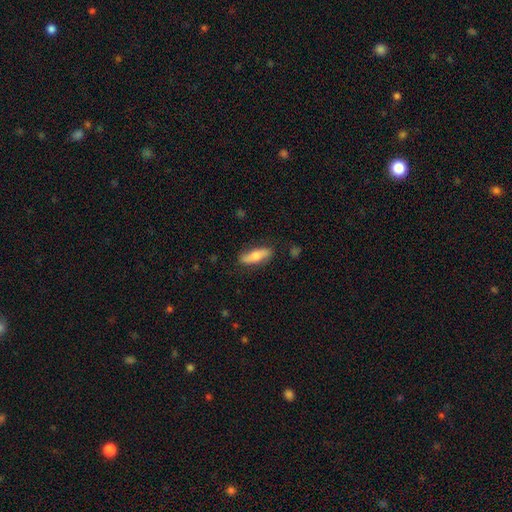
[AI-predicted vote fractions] Smooth or featured? smooth (64%)
How rounded? in between (55%)
Merging? none (82%)